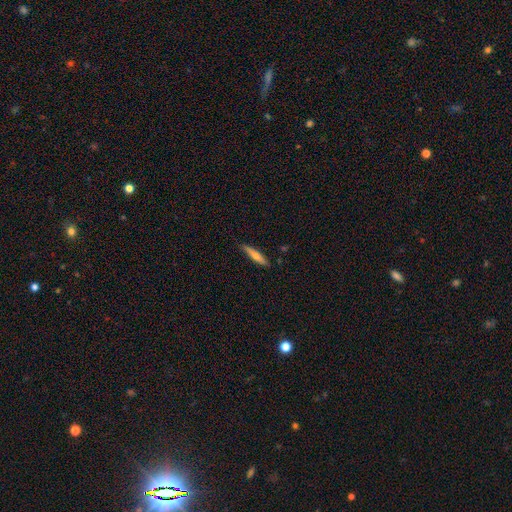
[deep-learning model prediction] This appears to be a smooth galaxy with no disk features (51%) that is cigar-shaped (88%). Merging: none (83%).